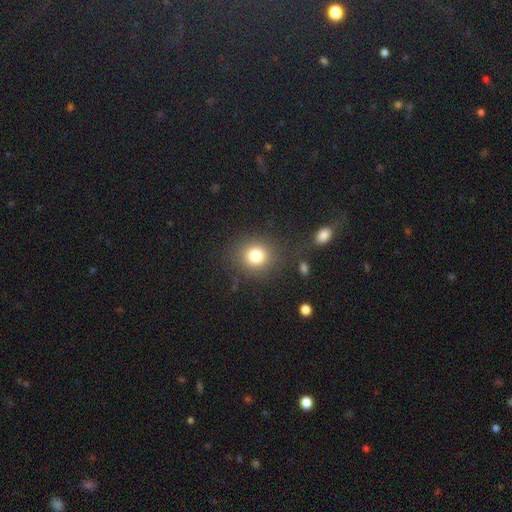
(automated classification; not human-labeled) This is clearly a smooth galaxy (80%). How rounded: clearly round (82%). Merging: clearly none (83%).